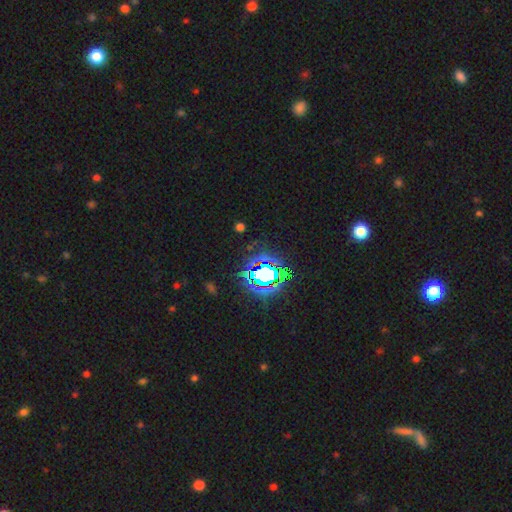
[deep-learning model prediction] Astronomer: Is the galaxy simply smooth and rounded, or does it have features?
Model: star or artifact — 82%.